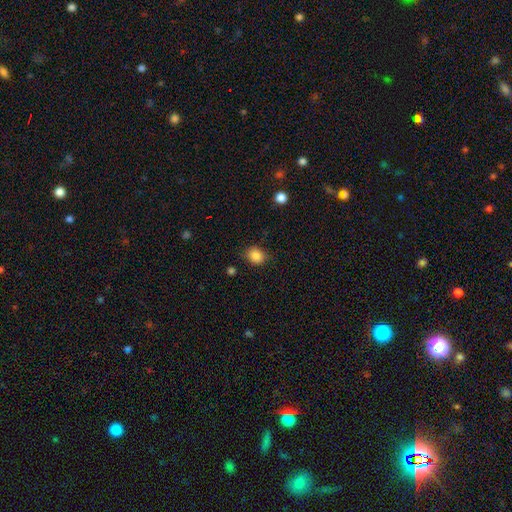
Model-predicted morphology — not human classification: smooth 85%, star or artifact 10%, featured or disk 5%. Down the decision tree: how rounded — round (64%); merging — none (81%).